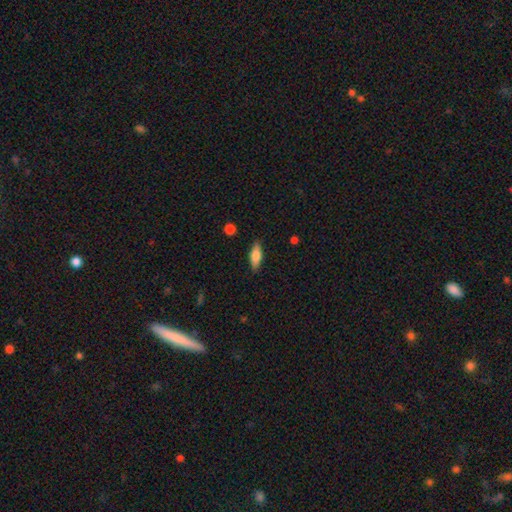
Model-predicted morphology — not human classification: Overall: smooth (68%). How rounded: in between (62%; cigar-shaped 35%). Merging: none (86%).